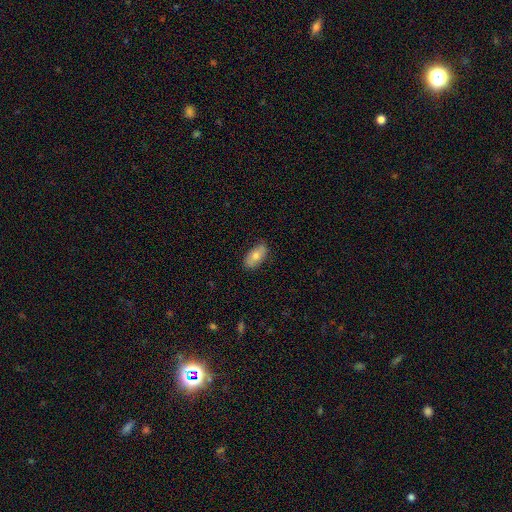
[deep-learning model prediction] smooth-or-featured: smooth: 72% | featured or disk: 22% | star or artifact: 7%
  how-rounded: in between: 92% | cigar-shaped: 5% | round: 3%
  merging: none: 84% | minor disturbance: 13% | major disturbance: 2% | merger: 1%